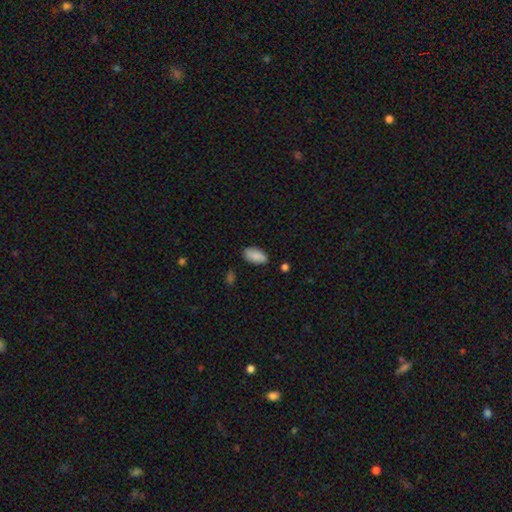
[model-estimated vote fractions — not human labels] This appears to be a smooth galaxy with no disk features (86%) that is in between round and cigar-shaped (95%). Merging: none (83%).